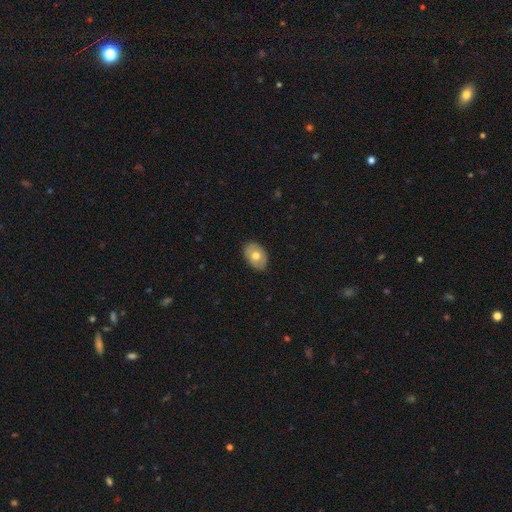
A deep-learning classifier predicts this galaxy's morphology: smooth 61%, featured or disk 33%, star or artifact 7%. Down the decision tree: how rounded — in between (79%); merging — none (83%).